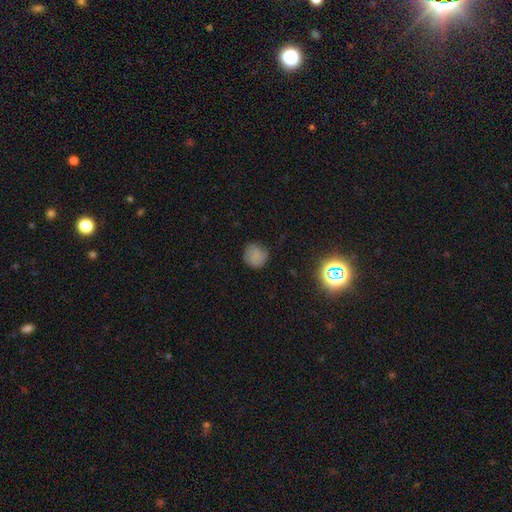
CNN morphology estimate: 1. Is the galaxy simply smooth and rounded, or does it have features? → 70% smooth, 16% star or artifact, 14% featured or disk.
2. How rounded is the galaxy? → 88% round, 11% in between, 1% cigar-shaped.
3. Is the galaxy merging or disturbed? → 73% none, 20% minor disturbance, 6% major disturbance, 1% merger.